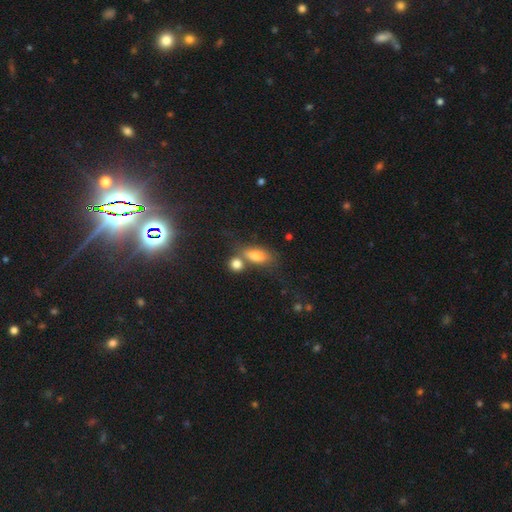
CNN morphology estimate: This is likely a smooth galaxy (72%). How rounded: likely in between (79%). Merging: possibly none (51%).